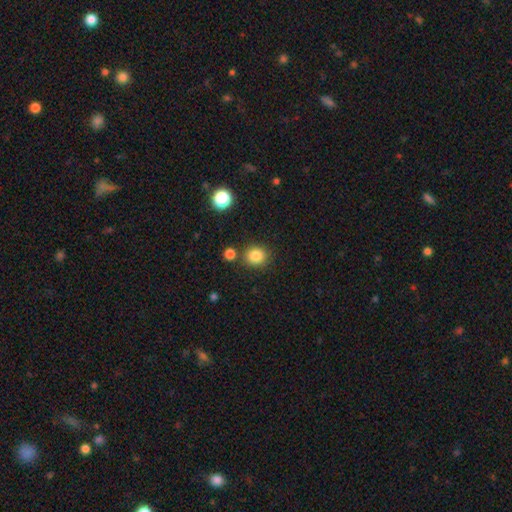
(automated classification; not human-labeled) Smooth or featured?
  - smooth: 84% *
  - star or artifact: 11%
  - featured or disk: 5%
How rounded?
  - round: 77% *
  - in between: 23%
  - cigar-shaped: 1%
Merging?
  - none: 81% *
  - minor disturbance: 9%
  - merger: 7%
  - major disturbance: 3%